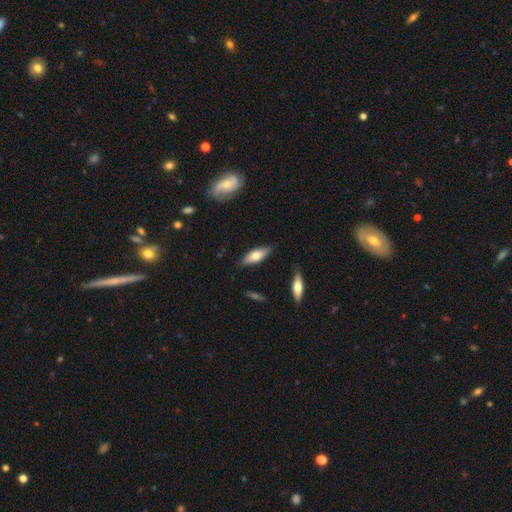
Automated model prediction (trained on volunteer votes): This is likely a smooth galaxy (65%). How rounded: likely in between (64%). Merging: clearly none (83%).